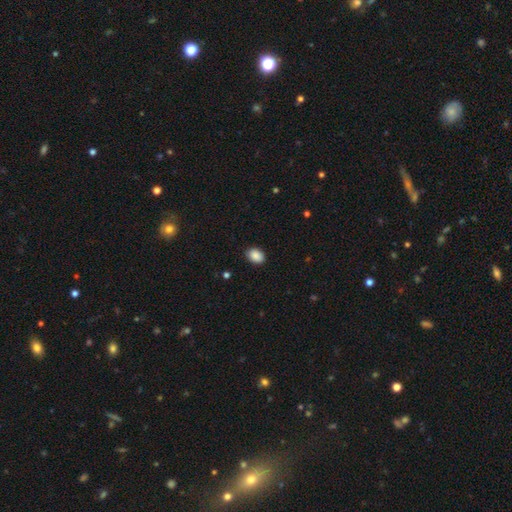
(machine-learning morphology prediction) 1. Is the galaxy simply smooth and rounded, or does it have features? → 89% smooth, 8% star or artifact, 3% featured or disk.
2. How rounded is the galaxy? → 75% in between, 24% round, 1% cigar-shaped.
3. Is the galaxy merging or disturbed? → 88% none, 9% minor disturbance, 2% major disturbance, 1% merger.